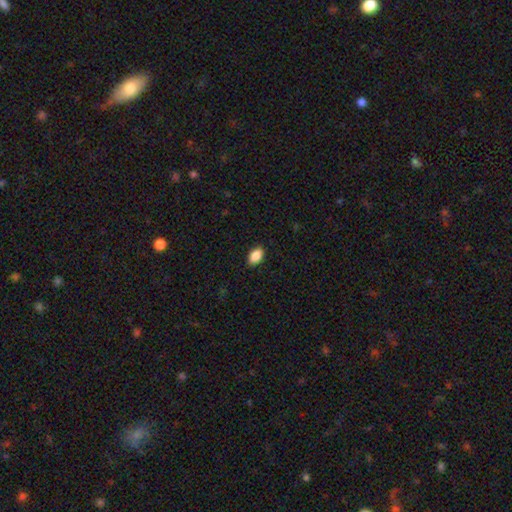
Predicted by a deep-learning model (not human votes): Smooth or featured?
  - smooth: 89% *
  - star or artifact: 8%
  - featured or disk: 3%
How rounded?
  - in between: 90% *
  - round: 8%
  - cigar-shaped: 1%
Merging?
  - none: 89% *
  - minor disturbance: 8%
  - major disturbance: 2%
  - merger: 1%